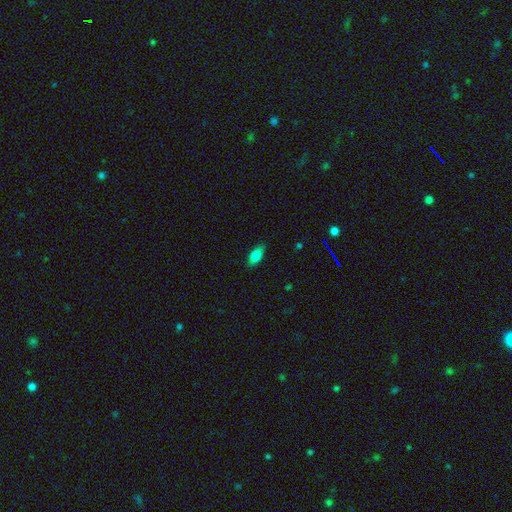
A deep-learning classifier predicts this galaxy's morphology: smooth 79%, featured or disk 13%, star or artifact 8%. Down the decision tree: how rounded — in between (84%); merging — none (84%).